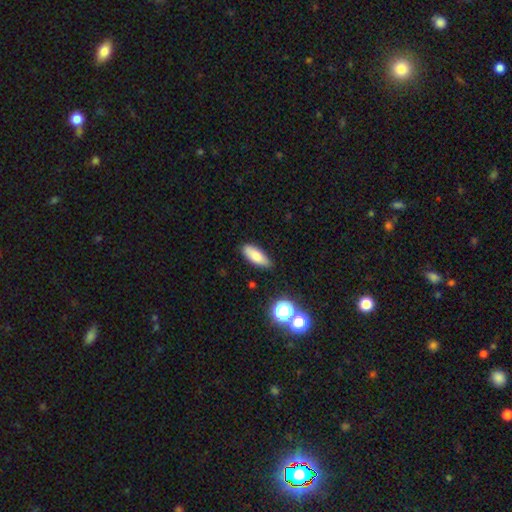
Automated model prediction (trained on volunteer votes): Smooth or featured? Predicted: smooth (p=0.81). How rounded? Predicted: in between (p=0.74). Merging? Predicted: none (p=0.81).